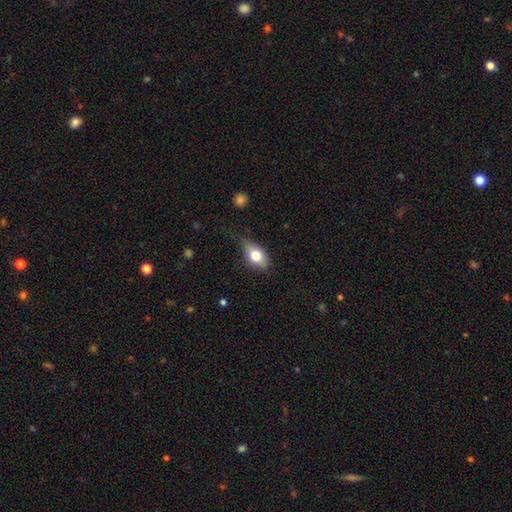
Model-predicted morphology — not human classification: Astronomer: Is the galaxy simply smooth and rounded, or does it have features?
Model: smooth — 70%.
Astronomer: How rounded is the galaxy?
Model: in between — 84%.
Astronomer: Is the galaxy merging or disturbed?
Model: none — 61%.